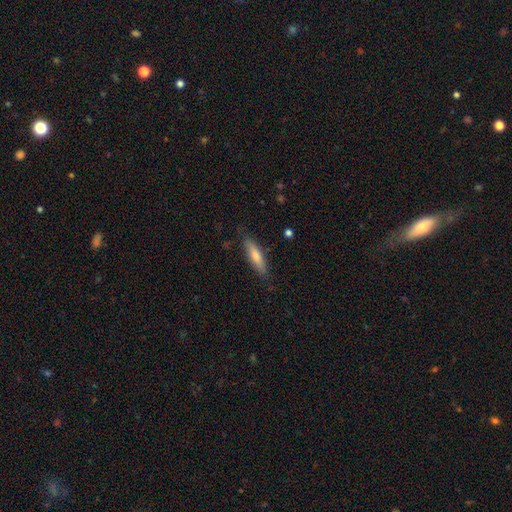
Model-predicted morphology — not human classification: A smooth galaxy with no disk features (61%) that is cigar-shaped (76%).

Vote fractions:
- Smooth or featured? smooth: 61% / featured or disk: 33% / star or artifact: 6%
- How rounded? cigar-shaped: 76% / in between: 22% / round: 2%
- Merging? none: 83% / minor disturbance: 13% / major disturbance: 2% / merger: 1%